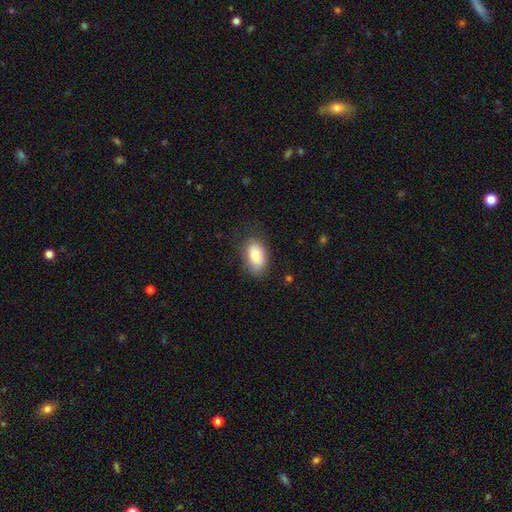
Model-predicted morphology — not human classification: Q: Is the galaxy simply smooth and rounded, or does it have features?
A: smooth — 82%.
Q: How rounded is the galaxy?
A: in between — 92%.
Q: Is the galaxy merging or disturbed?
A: none — 75%.